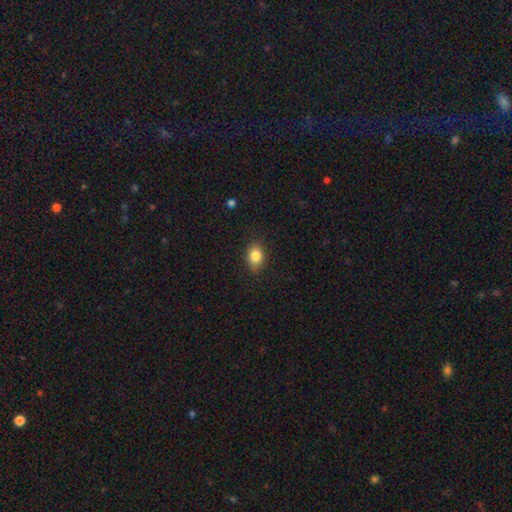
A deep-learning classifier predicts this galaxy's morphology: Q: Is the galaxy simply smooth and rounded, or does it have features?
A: smooth — 85%.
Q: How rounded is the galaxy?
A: in between — 73%.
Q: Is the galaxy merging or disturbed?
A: none — 86%.